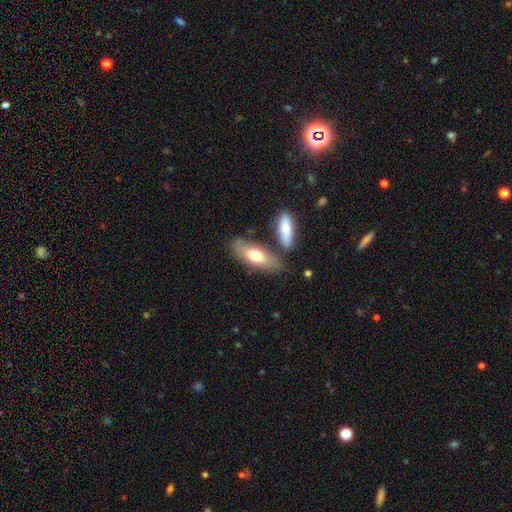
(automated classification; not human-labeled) This appears to be a smooth galaxy with no disk features (68%) that is in between round and cigar-shaped (72%). Merging: none (68%).